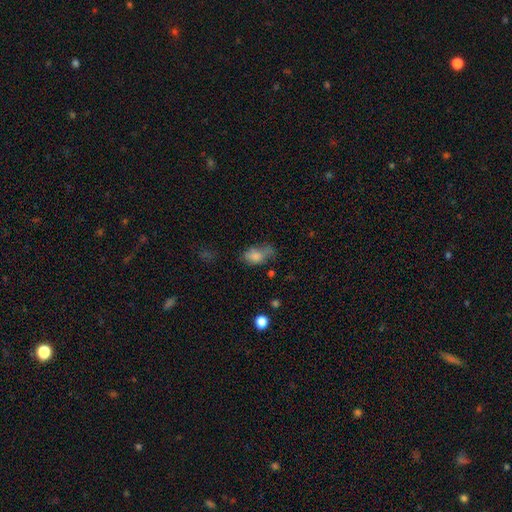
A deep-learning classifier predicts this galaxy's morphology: Smooth or featured? smooth (77%)
How rounded? in between (86%)
Merging? none (41%)